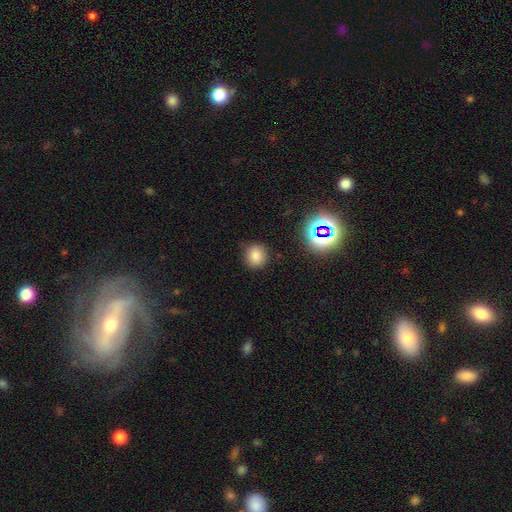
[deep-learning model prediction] smooth_or_featured: smooth (p=0.78) [alt: star or artifact p=0.16]
how_rounded: round (p=0.88) [alt: in between p=0.11]
merging: none (p=0.87) [alt: minor disturbance p=0.09]